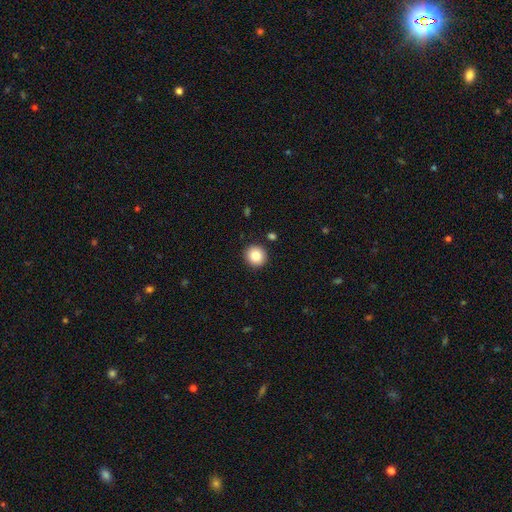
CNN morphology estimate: This is clearly a smooth galaxy (85%). How rounded: clearly round (93%). Merging: clearly none (91%).